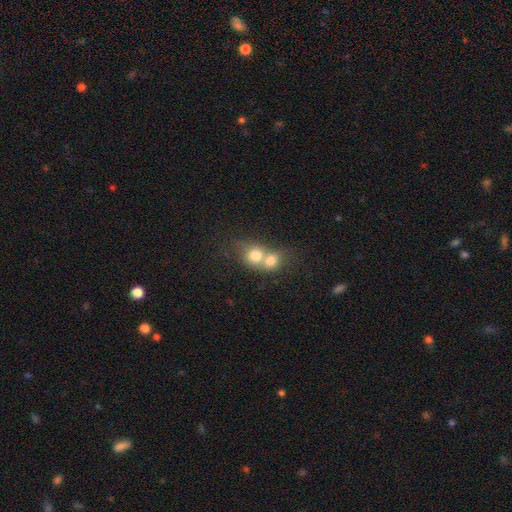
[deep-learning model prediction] This appears to be a smooth galaxy with no disk features (74%) that is round (70%). Merging: merger (74%).